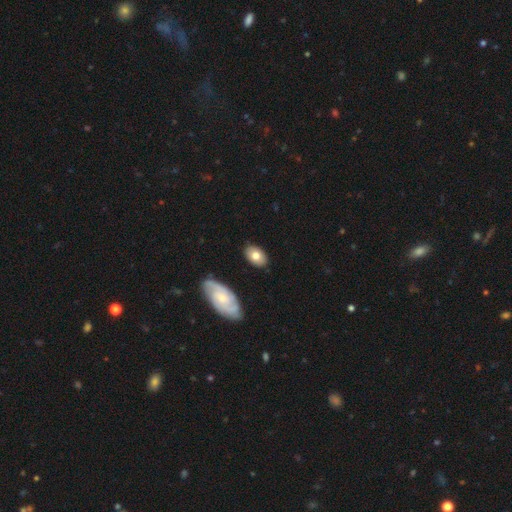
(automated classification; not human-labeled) smooth-or-featured: smooth: 71% | featured or disk: 23% | star or artifact: 6%
  how-rounded: in between: 87% | round: 11% | cigar-shaped: 2%
  merging: none: 83% | minor disturbance: 12% | major disturbance: 3% | merger: 2%